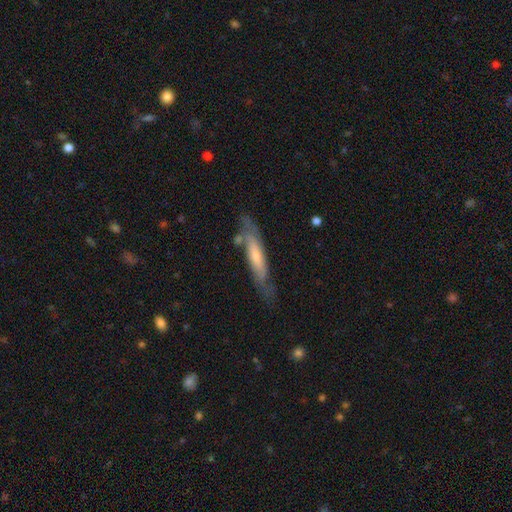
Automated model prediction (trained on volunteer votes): The model was most divided on "smooth or featured": featured or disk: 55%, smooth: 40%, star or artifact: 6%. More confident: merging — none (67%); edge-on disk — yes (61%).